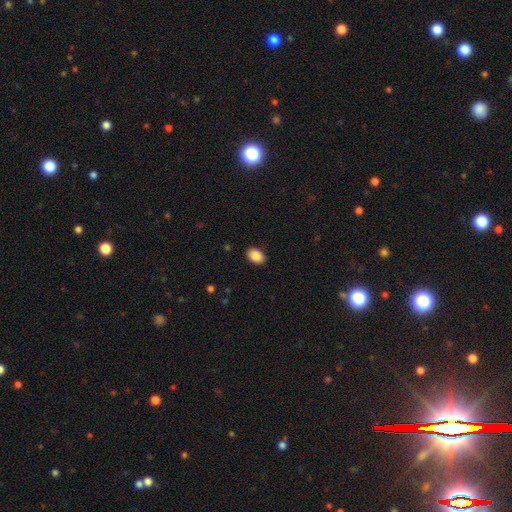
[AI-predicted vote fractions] Q: Smooth or featured?
A: smooth (88%); runner-up: star or artifact (8%)
Q: How rounded?
A: in between (86%); runner-up: round (13%)
Q: Merging?
A: none (90%); runner-up: minor disturbance (8%)